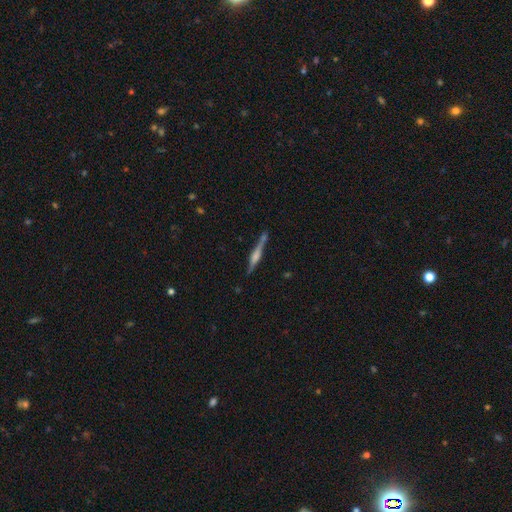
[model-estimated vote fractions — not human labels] smooth-or-featured: featured or disk: 76% | smooth: 17% | star or artifact: 7%
  disk-edge-on: yes: 97% | no: 3%
    edge-on-bulge: rounded: 68% | boxy: 20% | none: 12%
  merging: none: 82% | minor disturbance: 11% | merger: 4% | major disturbance: 3%